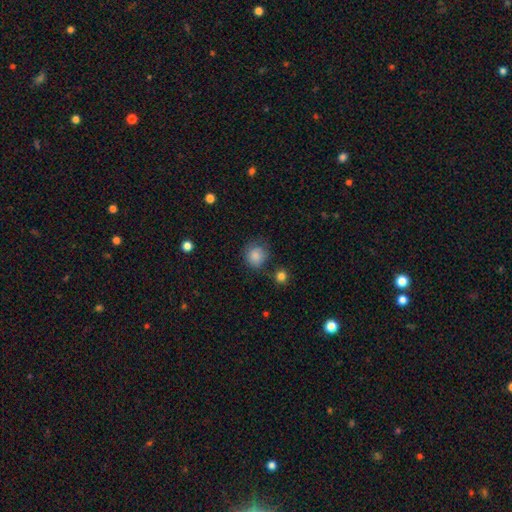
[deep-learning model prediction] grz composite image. It shows a smooth galaxy with no disk features (85%) that is round (85%). Merging: none (70%).